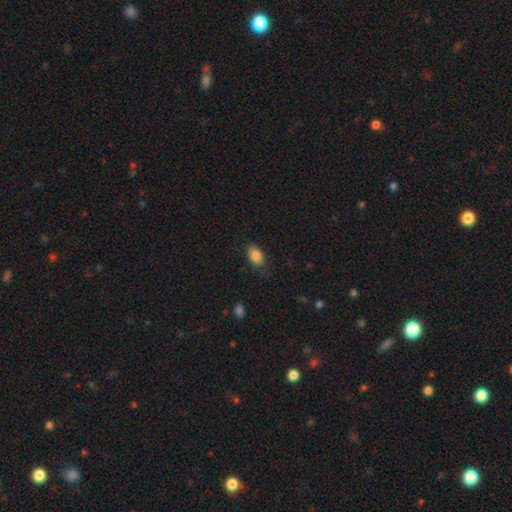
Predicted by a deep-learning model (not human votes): Smooth or featured: smooth — 85% (star or artifact — 8%)
How rounded: in between — 88% (round — 10%)
Merging: none — 77% (minor disturbance — 17%)